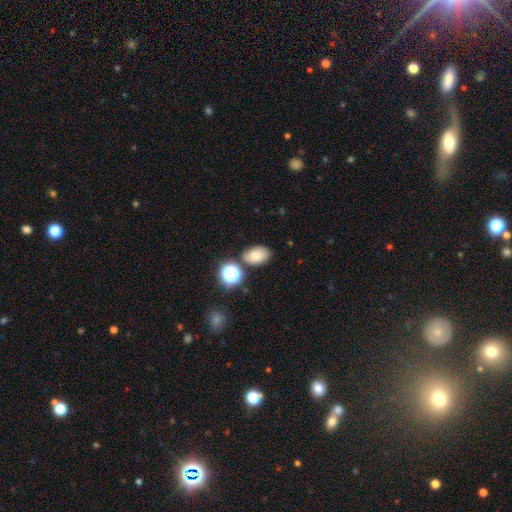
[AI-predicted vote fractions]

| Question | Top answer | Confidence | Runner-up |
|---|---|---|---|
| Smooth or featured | smooth | 76% | star or artifact (13%) |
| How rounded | in between | 81% | round (18%) |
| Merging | none | 75% | minor disturbance (14%) |